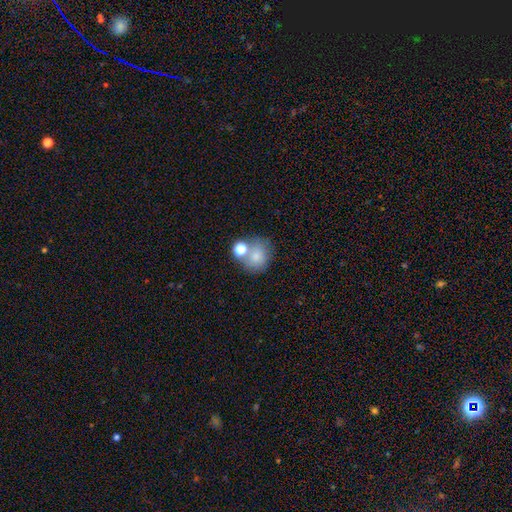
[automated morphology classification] smooth_or_featured: smooth (p=0.76) [alt: star or artifact p=0.12]
how_rounded: round (p=0.78) [alt: in between p=0.21]
merging: none (p=0.54) [alt: merger p=0.29]